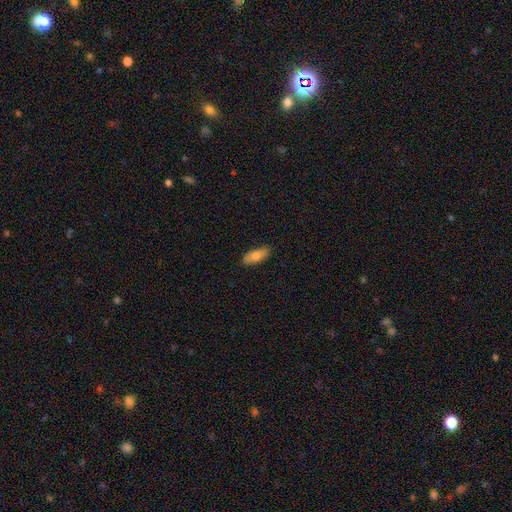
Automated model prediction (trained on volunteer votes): Smooth or featured? Predicted: smooth (p=0.76). How rounded? Predicted: in between (p=0.74). Merging? Predicted: none (p=0.86).